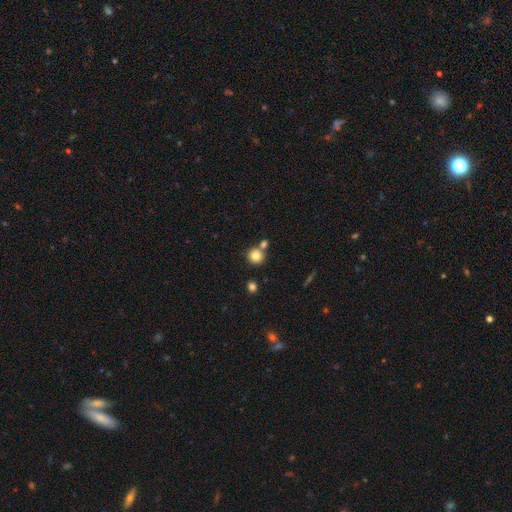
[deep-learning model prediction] This is clearly a smooth galaxy (81%). How rounded: clearly round (92%). Merging: likely none (68%).